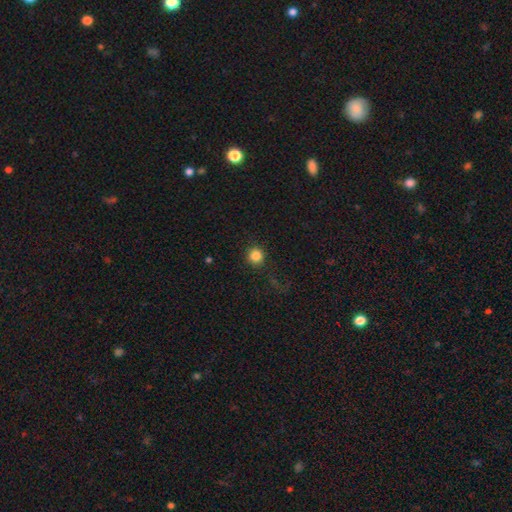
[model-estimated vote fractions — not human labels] smooth-or-featured: smooth: 84% | star or artifact: 11% | featured or disk: 5%
  how-rounded: round: 94% | in between: 5% | cigar-shaped: 1%
  merging: none: 87% | minor disturbance: 7% | major disturbance: 4% | merger: 1%